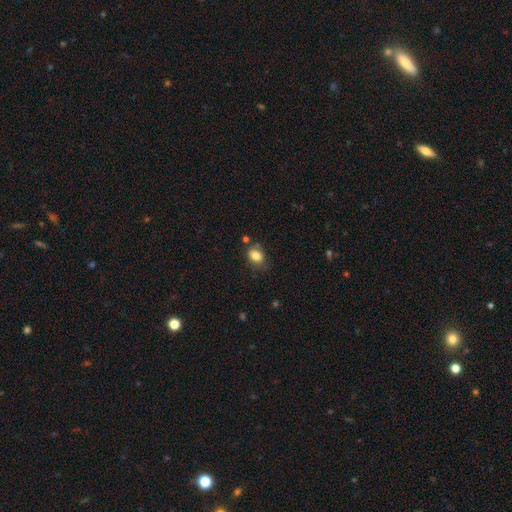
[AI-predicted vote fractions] smooth-or-featured: smooth: 84% | star or artifact: 10% | featured or disk: 7%
  how-rounded: in between: 65% | round: 34% | cigar-shaped: 1%
  merging: none: 68% | minor disturbance: 21% | merger: 7% | major disturbance: 5%